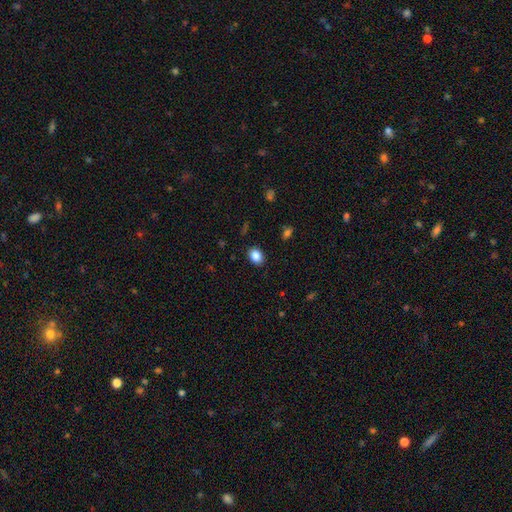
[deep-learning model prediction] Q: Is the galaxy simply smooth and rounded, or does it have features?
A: smooth — 87%.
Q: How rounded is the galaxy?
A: in between — 66%.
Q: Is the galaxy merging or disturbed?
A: none — 88%.